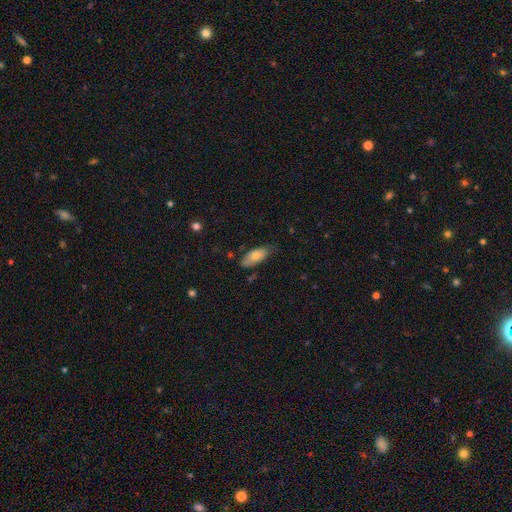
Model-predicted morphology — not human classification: Q: Smooth or featured?
A: smooth (77%); runner-up: featured or disk (16%)
Q: How rounded?
A: in between (85%); runner-up: cigar-shaped (13%)
Q: Merging?
A: none (67%); runner-up: minor disturbance (25%)